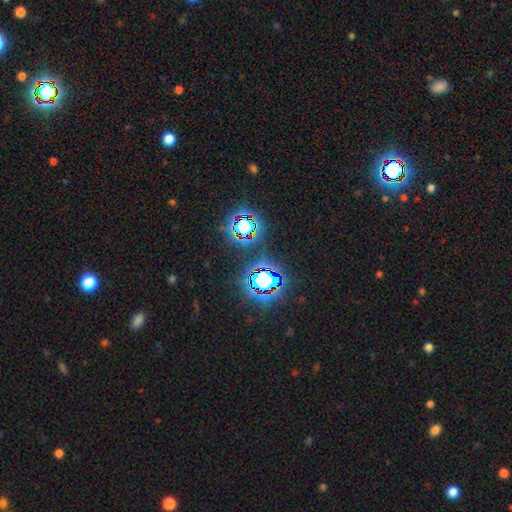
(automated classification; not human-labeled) This appears to be a star or artifact, not a galaxy (80%).